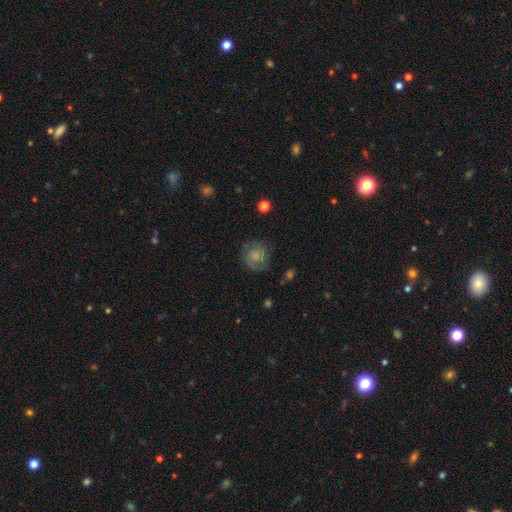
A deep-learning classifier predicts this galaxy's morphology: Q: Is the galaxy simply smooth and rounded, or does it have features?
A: smooth — 56%.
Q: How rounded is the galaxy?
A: round — 85%.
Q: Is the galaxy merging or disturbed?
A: none — 72%.